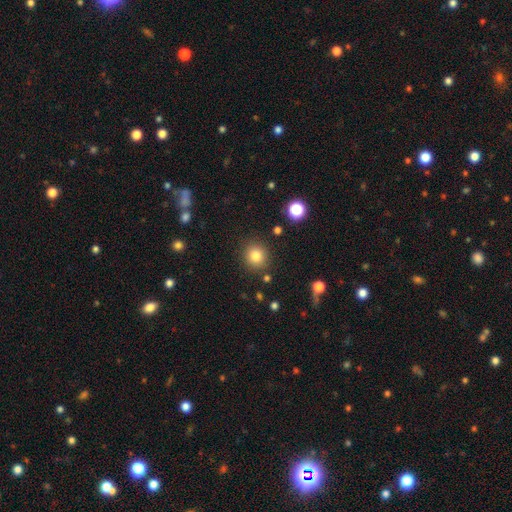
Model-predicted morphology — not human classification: Smooth or featured? Predicted: smooth (p=0.82). How rounded? Predicted: round (p=0.91). Merging? Predicted: none (p=0.88).